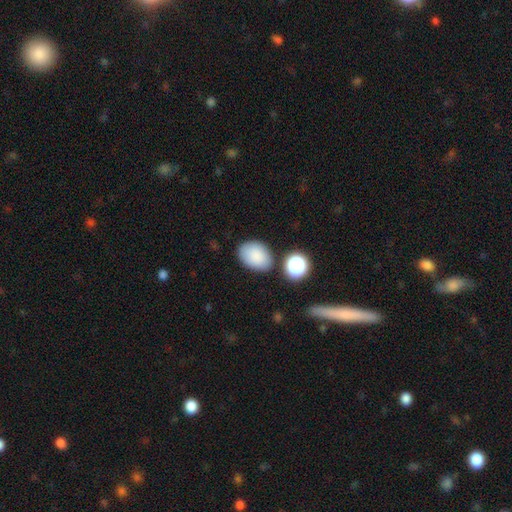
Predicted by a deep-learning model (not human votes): smooth_or_featured: smooth (p=0.86) [alt: star or artifact p=0.08]
how_rounded: in between (p=0.80) [alt: round p=0.19]
merging: none (p=0.77) [alt: minor disturbance p=0.13]